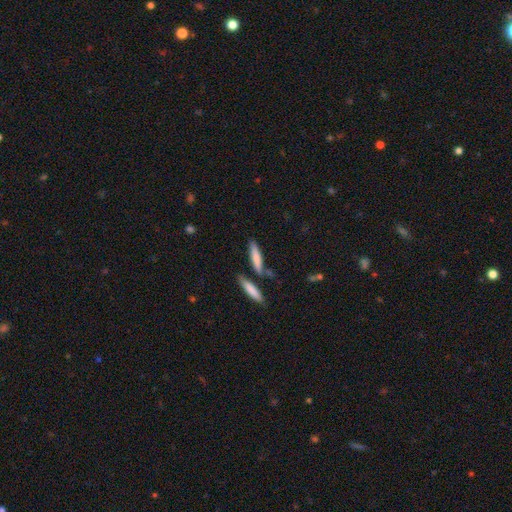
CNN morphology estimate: Overall: smooth (78%). How rounded: cigar-shaped (82%). Merging: none (72%).